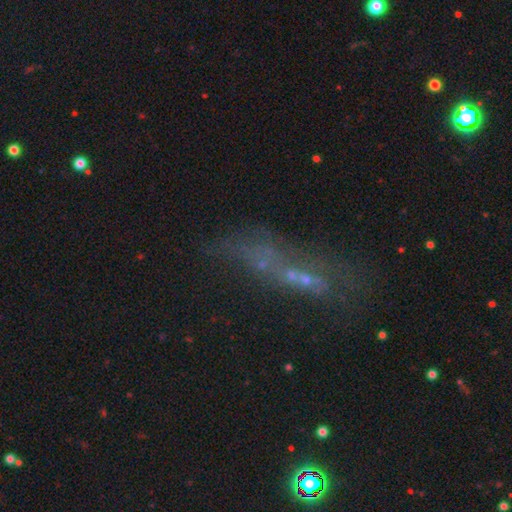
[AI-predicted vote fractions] A featured or disk galaxy (40%). Merging: none (32%).